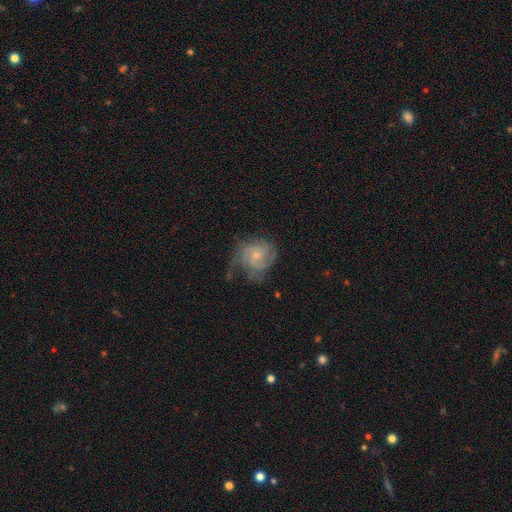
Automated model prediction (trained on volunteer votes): Smooth or featured? Predicted: featured or disk (p=0.77). Edge-on disk? Predicted: no (p=0.98). Bar? Predicted: no (p=0.72). Spiral arms? Predicted: yes (p=0.93). Spiral winding? Predicted: tight (p=0.47). Spiral arm count? Predicted: 3 (p=0.29). Bulge size? Predicted: small (p=0.68). Merging? Predicted: none (p=0.51).